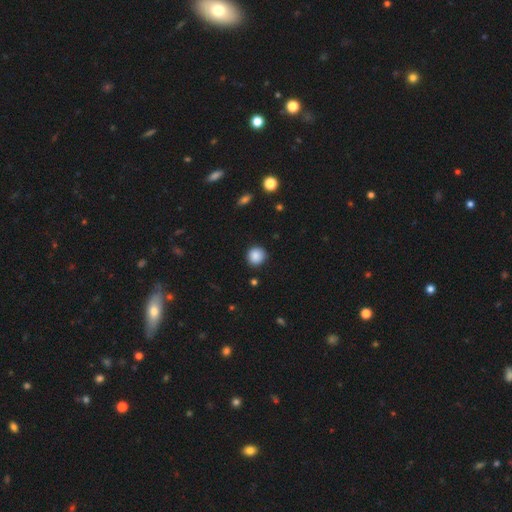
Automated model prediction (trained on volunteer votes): The model was most divided on "merging": none: 86%, minor disturbance: 10%, major disturbance: 2%, merger: 1%. More confident: how rounded — round (89%); smooth or featured — smooth (87%).